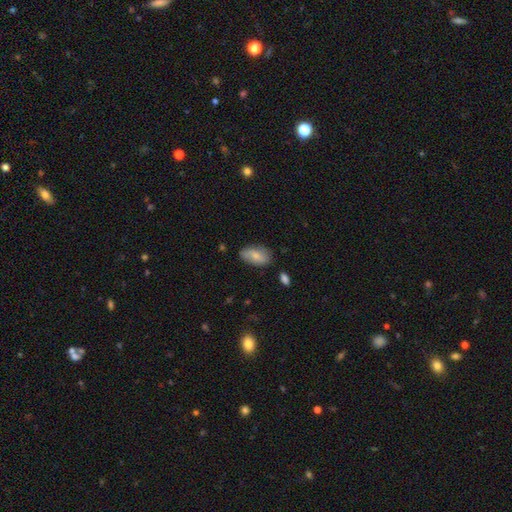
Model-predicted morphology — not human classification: Smooth or featured? Predicted: smooth (p=0.71). How rounded? Predicted: in between (p=0.93). Merging? Predicted: none (p=0.76).